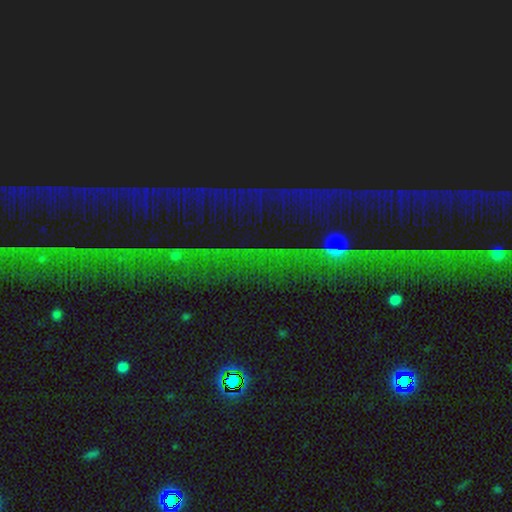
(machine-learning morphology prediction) Smooth or featured? star or artifact (85%)